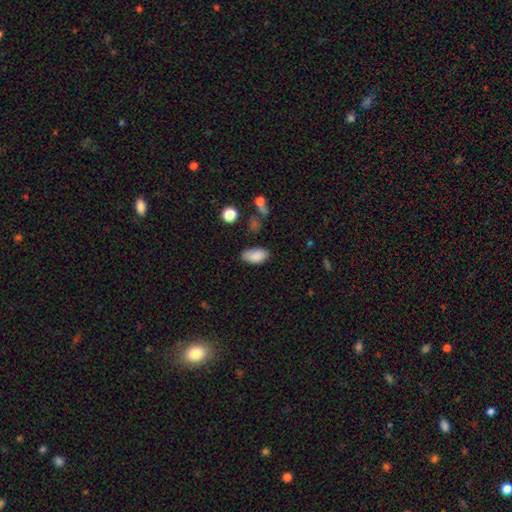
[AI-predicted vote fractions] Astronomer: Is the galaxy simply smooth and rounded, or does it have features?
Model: smooth — 86%.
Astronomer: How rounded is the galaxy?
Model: in between — 94%.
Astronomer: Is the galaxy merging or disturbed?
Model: none — 71%.